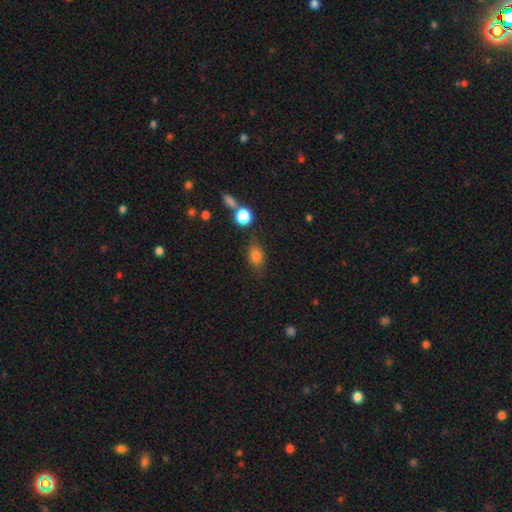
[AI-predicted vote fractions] A smooth galaxy with no disk features (80%) that is in between round and cigar-shaped (70%).

Vote fractions:
- Smooth or featured? smooth: 80% / star or artifact: 13% / featured or disk: 7%
- How rounded? in between: 70% / round: 27% / cigar-shaped: 3%
- Merging? none: 69% / minor disturbance: 20% / major disturbance: 7% / merger: 4%